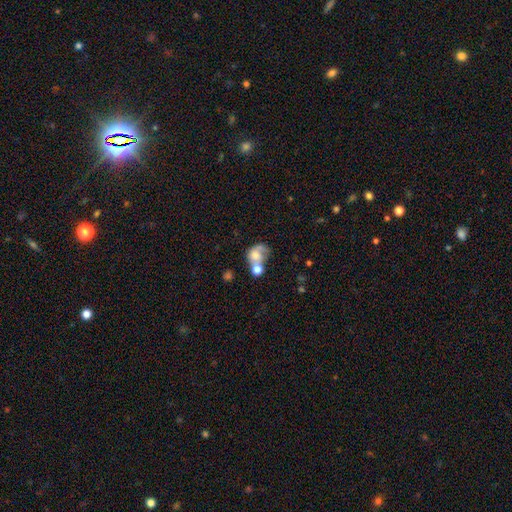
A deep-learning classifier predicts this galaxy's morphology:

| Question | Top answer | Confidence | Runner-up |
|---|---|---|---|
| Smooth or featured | smooth | 57% | featured or disk (33%) |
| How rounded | in between | 53% | round (45%) |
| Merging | merger | 44% | major disturbance (22%) |